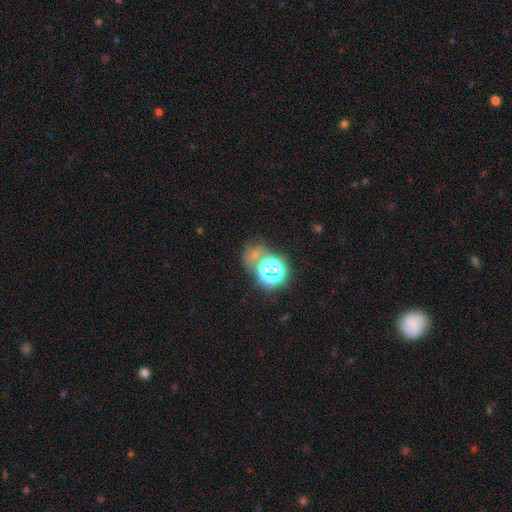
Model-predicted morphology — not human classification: A star or artifact, not a galaxy (49%).